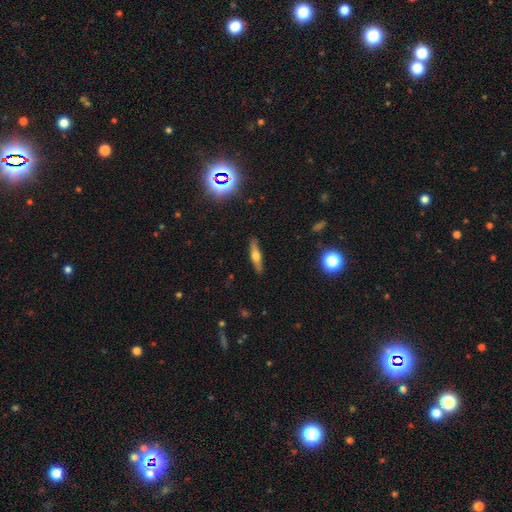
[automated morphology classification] A featured or disk galaxy (50%). Merging: none (88%).